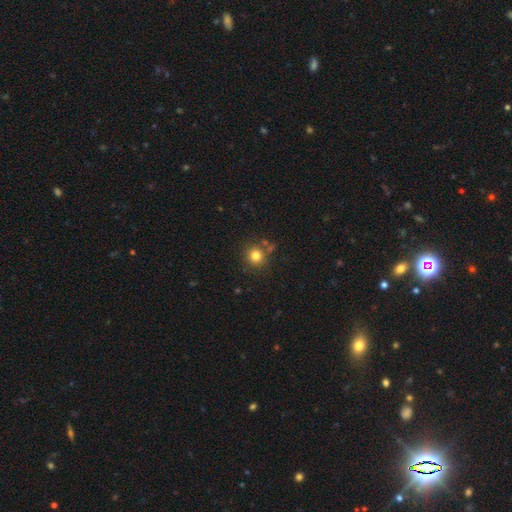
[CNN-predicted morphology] smooth-or-featured: smooth: 80% | star or artifact: 13% | featured or disk: 7%
  how-rounded: round: 92% | in between: 7% | cigar-shaped: 1%
  merging: none: 76% | minor disturbance: 10% | merger: 10% | major disturbance: 4%